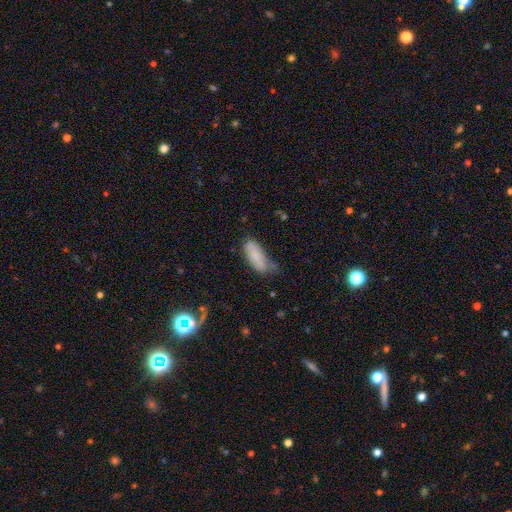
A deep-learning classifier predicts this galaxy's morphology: smooth-or-featured: smooth: 80% | featured or disk: 12% | star or artifact: 8%
  how-rounded: in between: 78% | cigar-shaped: 20% | round: 2%
  merging: none: 45% | minor disturbance: 37% | major disturbance: 12% | merger: 6%